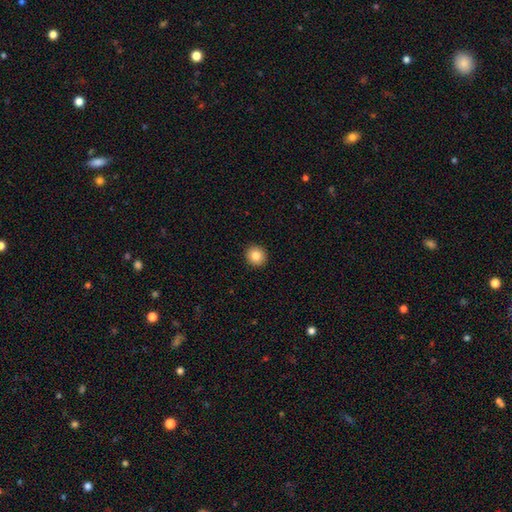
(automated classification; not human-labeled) Smooth or featured? smooth (83%)
How rounded? round (91%)
Merging? none (93%)